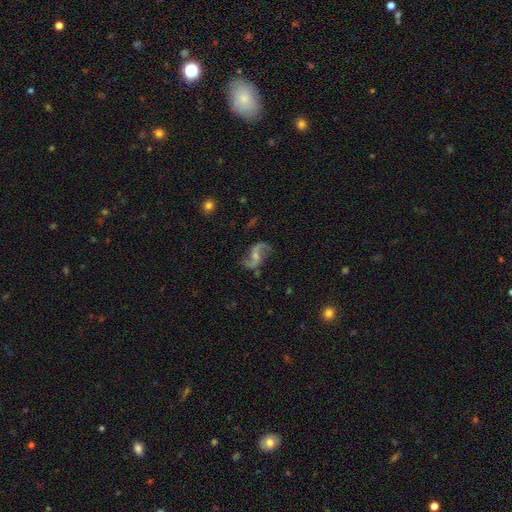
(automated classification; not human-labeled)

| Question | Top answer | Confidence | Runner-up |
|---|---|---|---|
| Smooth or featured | featured or disk | 89% | smooth (6%) |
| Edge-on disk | no | 98% | yes (2%) |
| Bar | weak | 45% | no (41%) |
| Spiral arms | yes | 97% | no (3%) |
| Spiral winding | loose | 79% | medium (18%) |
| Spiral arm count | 2 | 94% | 1 (2%) |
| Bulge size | small | 47% | moderate (32%) |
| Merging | none | 76% | minor disturbance (14%) |